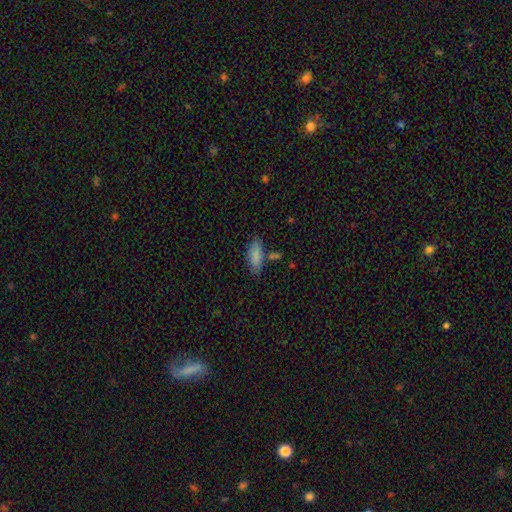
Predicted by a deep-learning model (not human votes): Q: Smooth or featured?
A: smooth (85%); runner-up: featured or disk (8%)
Q: How rounded?
A: in between (77%); runner-up: cigar-shaped (21%)
Q: Merging?
A: none (68%); runner-up: minor disturbance (17%)